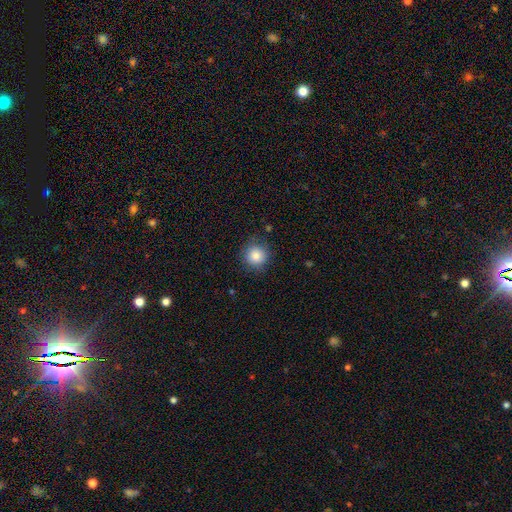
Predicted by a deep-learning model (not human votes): smooth_or_featured: smooth (p=0.85) [alt: star or artifact p=0.10]
how_rounded: round (p=0.93) [alt: in between p=0.06]
merging: none (p=0.86) [alt: minor disturbance p=0.10]